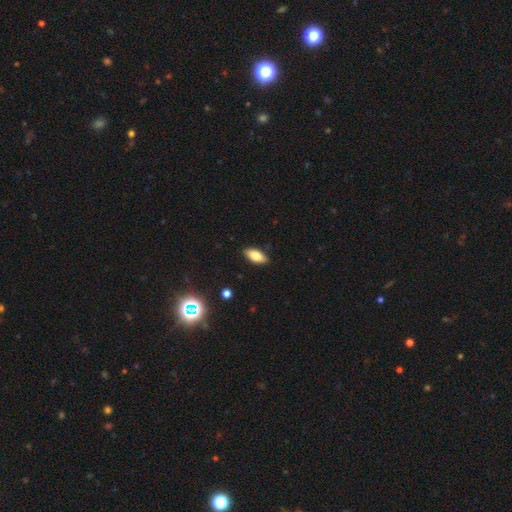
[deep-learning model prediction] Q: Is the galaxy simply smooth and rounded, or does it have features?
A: smooth — 76%.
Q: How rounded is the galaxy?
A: in between — 86%.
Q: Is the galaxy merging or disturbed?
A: none — 88%.